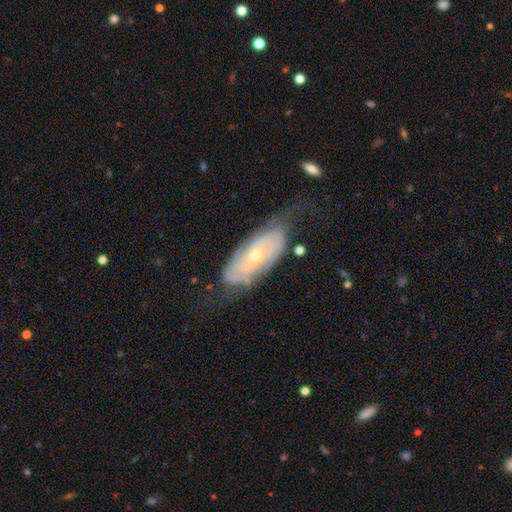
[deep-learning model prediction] Smooth or featured? featured or disk (75%)
Edge-on disk? no (88%)
Bar? no (76%)
Spiral arms? yes (81%)
Spiral winding? tight (61%)
Spiral arm count? can't tell (48%)
Bulge size? small (64%)
Merging? none (54%)